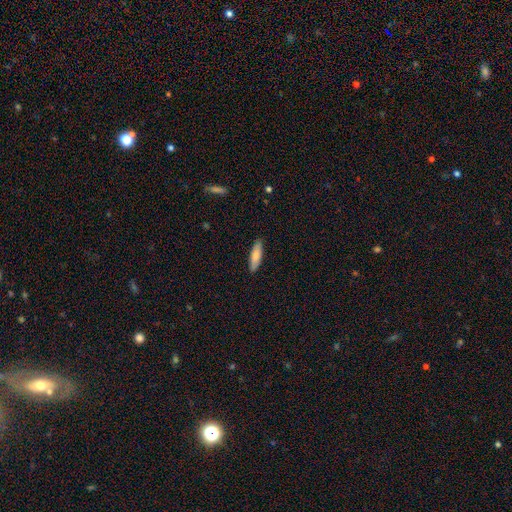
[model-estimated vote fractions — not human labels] smooth_or_featured: smooth (p=0.81) [alt: featured or disk p=0.14]
how_rounded: cigar-shaped (p=0.64) [alt: in between p=0.35]
merging: none (p=0.89) [alt: minor disturbance p=0.08]